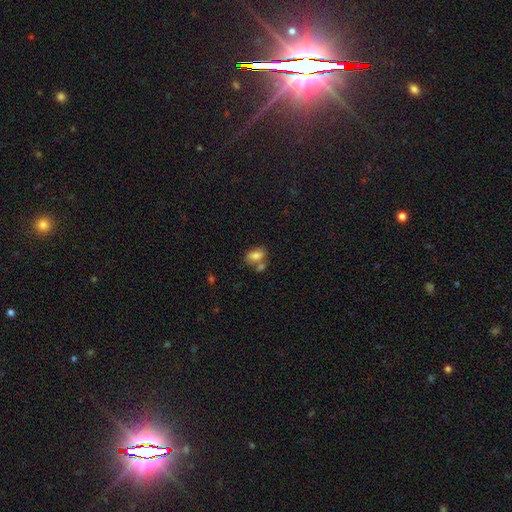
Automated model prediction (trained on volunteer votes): Smooth or featured? Predicted: smooth (p=0.80). How rounded? Predicted: in between (p=0.87). Merging? Predicted: none (p=0.50).